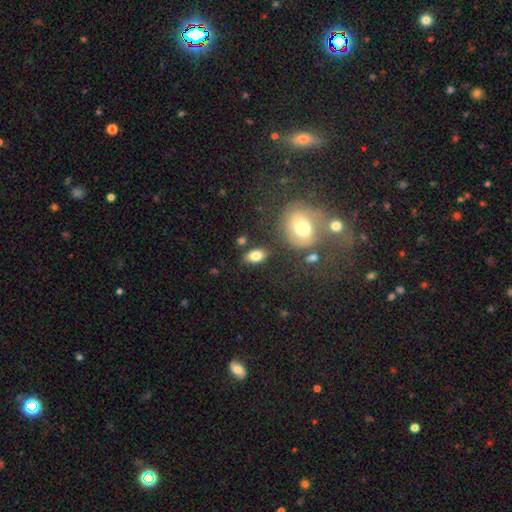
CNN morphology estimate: smooth-or-featured: smooth: 82% | featured or disk: 9% | star or artifact: 9%
  how-rounded: in between: 88% | round: 9% | cigar-shaped: 2%
  merging: none: 80% | minor disturbance: 11% | merger: 5% | major disturbance: 4%